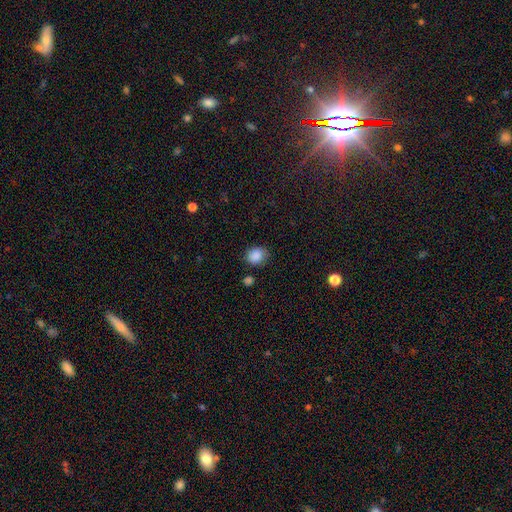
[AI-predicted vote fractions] Q: Smooth or featured?
A: smooth (87%); runner-up: star or artifact (9%)
Q: How rounded?
A: round (64%); runner-up: in between (35%)
Q: Merging?
A: none (79%); runner-up: minor disturbance (14%)